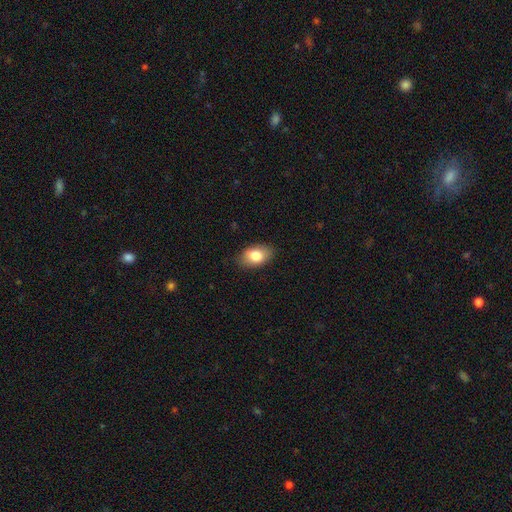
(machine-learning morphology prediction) A smooth galaxy with no disk features (81%) that is in between round and cigar-shaped (89%). Merging: none (84%).